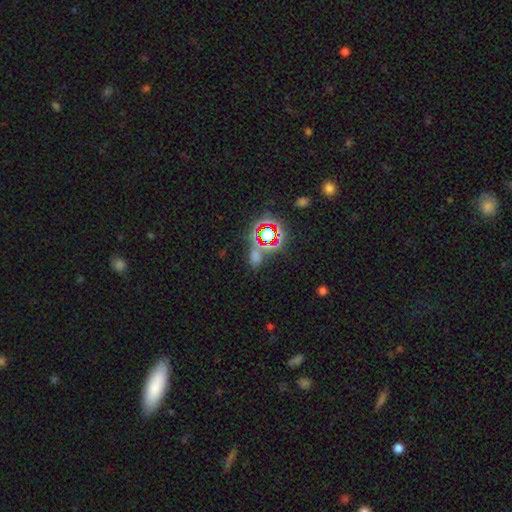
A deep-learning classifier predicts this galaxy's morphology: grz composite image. It shows a star or artifact, not a galaxy (51%).